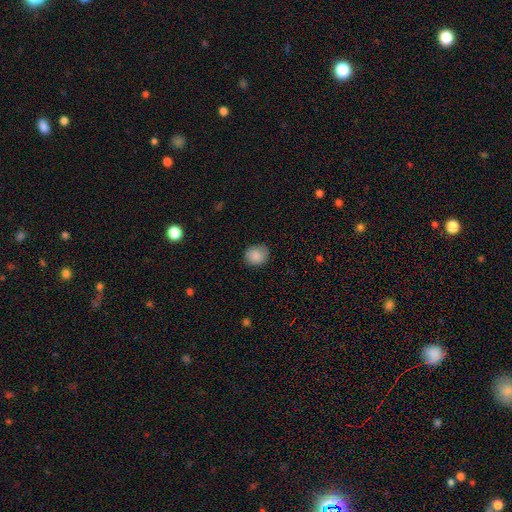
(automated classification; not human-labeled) Smooth or featured? smooth (85%)
How rounded? round (72%)
Merging? none (82%)